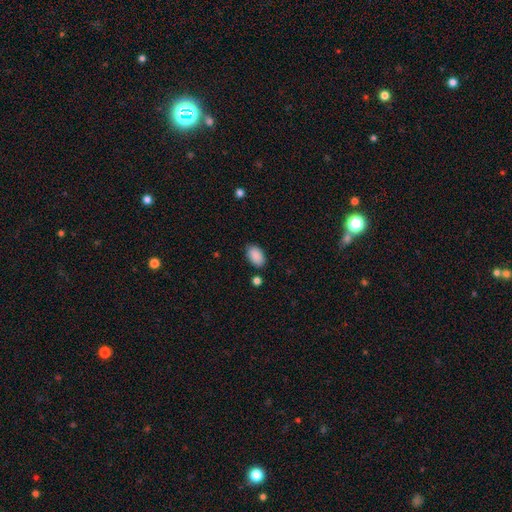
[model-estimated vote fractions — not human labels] smooth 90%, star or artifact 7%, featured or disk 3%. Down the decision tree: how rounded — in between (93%); merging — none (82%).